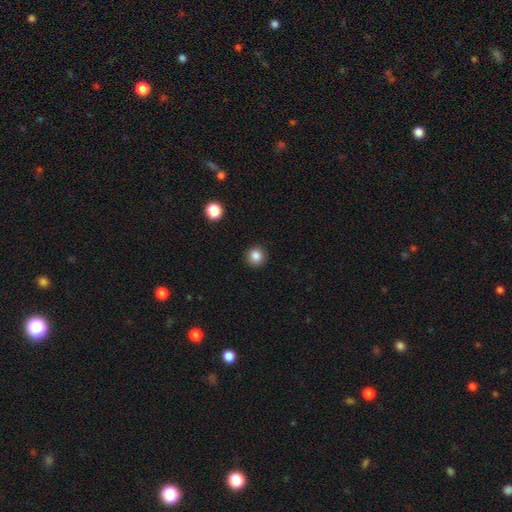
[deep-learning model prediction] Q: Smooth or featured?
A: smooth (85%); runner-up: star or artifact (11%)
Q: How rounded?
A: round (92%); runner-up: in between (7%)
Q: Merging?
A: none (92%); runner-up: minor disturbance (5%)